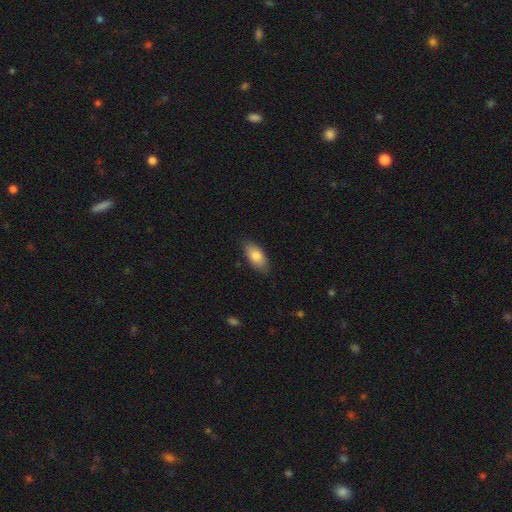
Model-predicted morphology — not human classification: This appears to be a smooth galaxy with no disk features (82%) that is in between round and cigar-shaped (91%). Merging: none (84%).